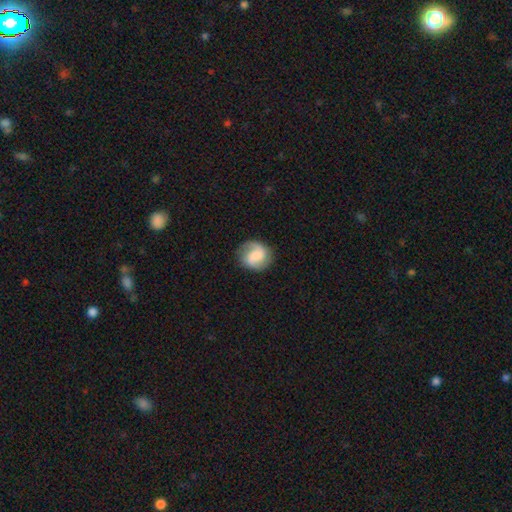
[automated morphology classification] A featured or disk galaxy (55%) with a weak bar (45%), 2 (81%) medium (44%) spiral arms (92%) and no central bulge (28%).

Vote fractions:
- Smooth or featured? featured or disk: 55% / smooth: 37% / star or artifact: 8%
- Edge-on disk? no: 98% / yes: 2%
- Bar? weak: 45% / no: 38% / strong: 17%
- Spiral arms? yes: 92% / no: 8%
- Spiral winding? medium: 44% / loose: 33% / tight: 24%
- Spiral arm count? 2: 81% / 1: 9% / can't tell: 6% / 3: 2% / 4: 1% / more than 4: 1%
- Bulge size? none: 28% / moderate: 24% / small: 23% / large: 20% / dominant: 5%
- Merging? none: 79% / minor disturbance: 14% / major disturbance: 6% / merger: 1%